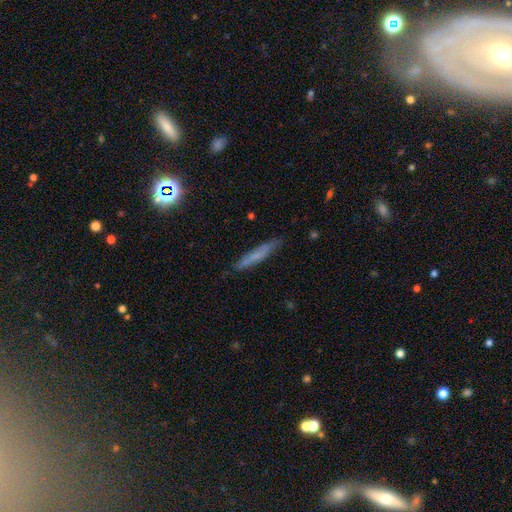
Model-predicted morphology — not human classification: Smooth or featured: smooth — 60% (featured or disk — 31%)
How rounded: cigar-shaped — 92% (in between — 6%)
Merging: none — 83% (minor disturbance — 13%)